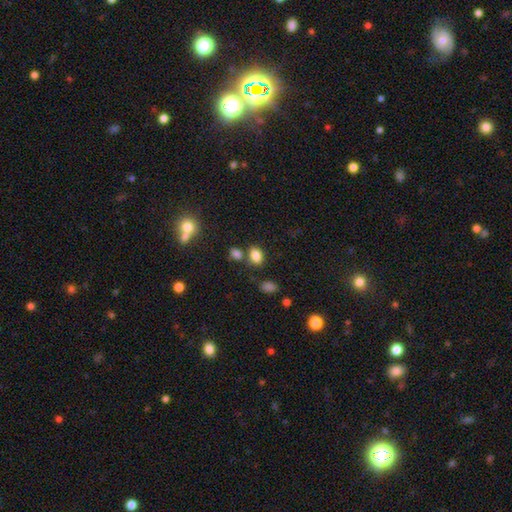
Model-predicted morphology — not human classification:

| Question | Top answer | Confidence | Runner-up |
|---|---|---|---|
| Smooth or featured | smooth | 83% | star or artifact (12%) |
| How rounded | in between | 73% | round (25%) |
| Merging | none | 69% | merger (15%) |